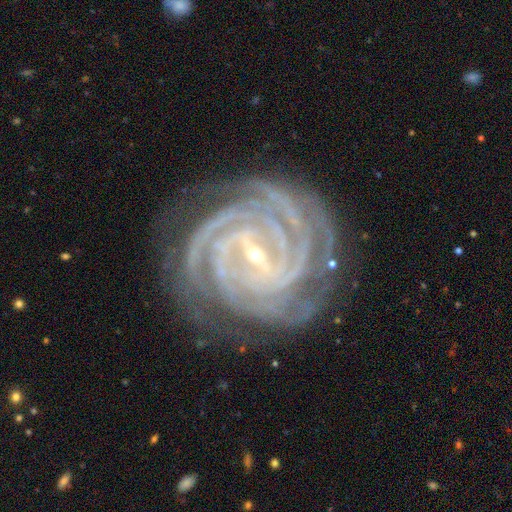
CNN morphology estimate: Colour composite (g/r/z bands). It shows a featured or disk galaxy (93%) with a strong bar (50%), 4 (41%) tight (85%) spiral arms (99%) and a small central bulge (79%). Merging: none (82%).